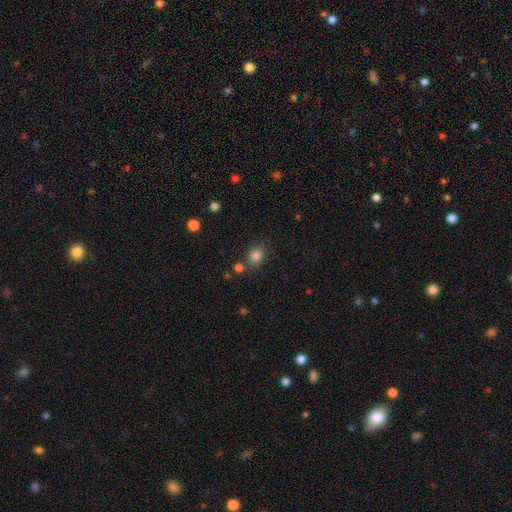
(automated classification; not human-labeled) Smooth or featured: smooth — 83% (star or artifact — 12%)
How rounded: round — 62% (in between — 37%)
Merging: none — 75% (minor disturbance — 11%)